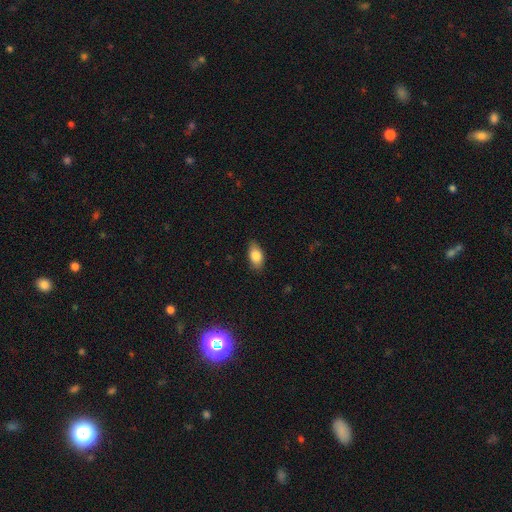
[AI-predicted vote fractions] This appears to be a smooth galaxy with no disk features (84%) that is in between round and cigar-shaped (91%). Merging: none (82%).